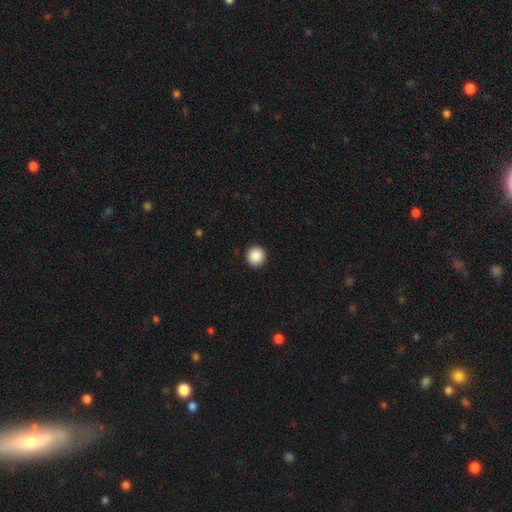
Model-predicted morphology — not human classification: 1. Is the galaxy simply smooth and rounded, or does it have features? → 89% smooth, 9% star or artifact, 3% featured or disk.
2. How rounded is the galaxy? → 96% round, 3% in between, 1% cigar-shaped.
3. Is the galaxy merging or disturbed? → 93% none, 4% minor disturbance, 2% major disturbance, 1% merger.